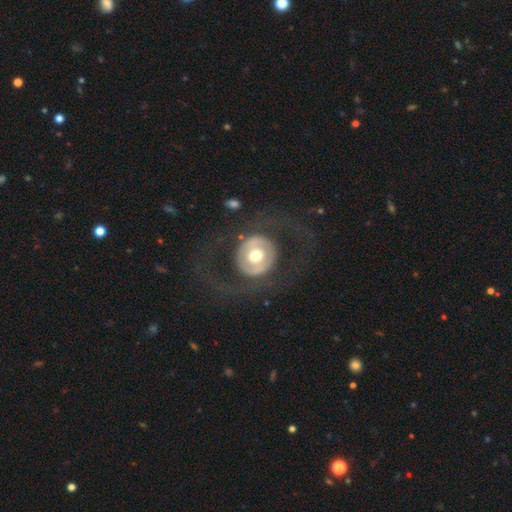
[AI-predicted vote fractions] Overall: featured or disk (58%; smooth 36%). Edge-on disk: no (95%). Bar: no (69%). Spiral arms: no (74%). Bulge size: moderate (63%; large 28%). Merging: none (69%).